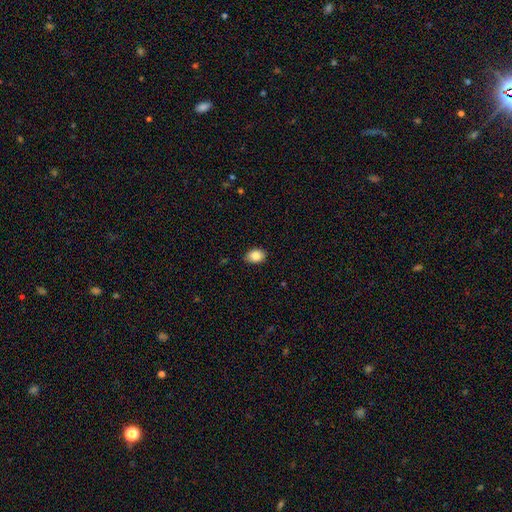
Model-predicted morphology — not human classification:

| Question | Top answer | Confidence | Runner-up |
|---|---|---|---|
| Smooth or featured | smooth | 86% | star or artifact (8%) |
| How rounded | in between | 76% | round (23%) |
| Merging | none | 84% | minor disturbance (13%) |